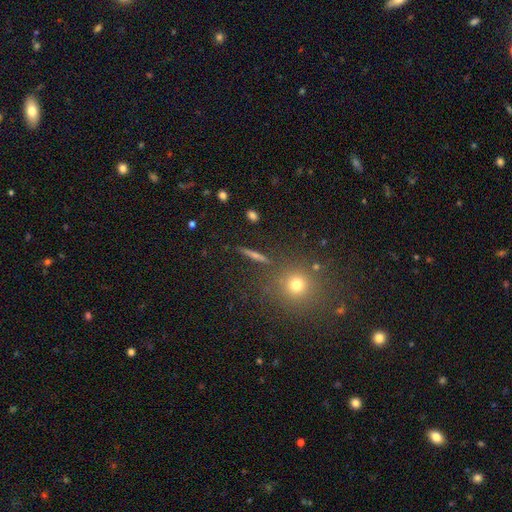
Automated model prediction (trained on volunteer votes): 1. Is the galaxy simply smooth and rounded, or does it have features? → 49% smooth, 41% star or artifact, 10% featured or disk.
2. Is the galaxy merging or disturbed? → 82% none, 8% minor disturbance, 7% merger, 4% major disturbance.